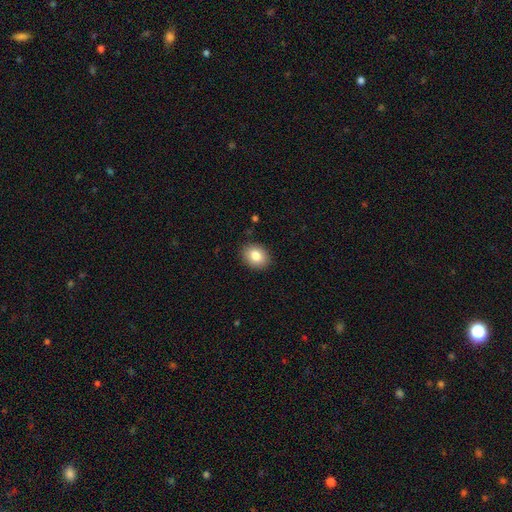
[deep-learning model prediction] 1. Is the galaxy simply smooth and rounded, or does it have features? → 84% smooth, 9% star or artifact, 8% featured or disk.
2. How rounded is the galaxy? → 56% in between, 44% round, 1% cigar-shaped.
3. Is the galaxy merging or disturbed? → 89% none, 8% minor disturbance, 2% major disturbance, 1% merger.